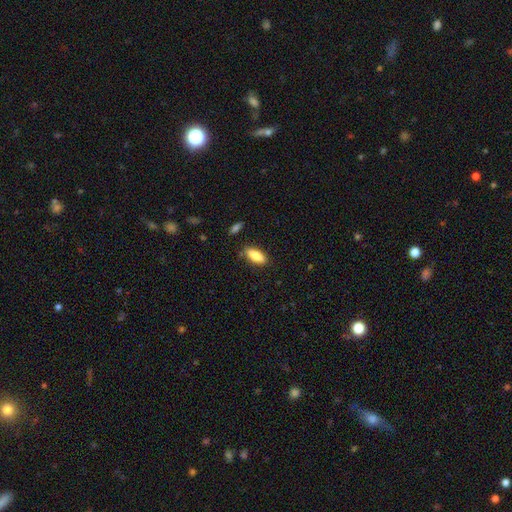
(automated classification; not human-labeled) smooth_or_featured: smooth (p=0.84) [alt: featured or disk p=0.10]
how_rounded: in between (p=0.74) [alt: cigar-shaped p=0.24]
merging: none (p=0.82) [alt: minor disturbance p=0.13]